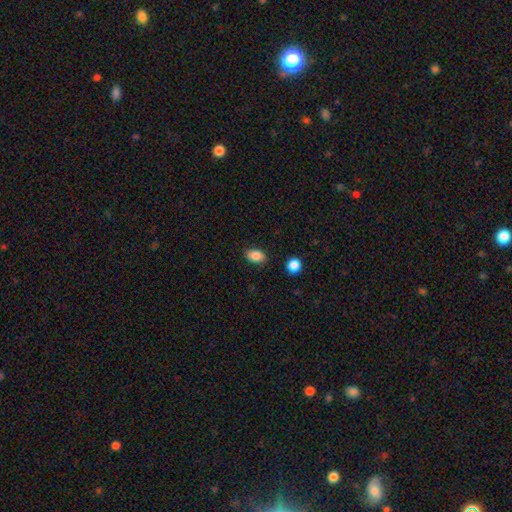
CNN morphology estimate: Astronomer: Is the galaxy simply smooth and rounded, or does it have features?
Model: smooth — 85%.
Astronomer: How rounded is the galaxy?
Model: in between — 86%.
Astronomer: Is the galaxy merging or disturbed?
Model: none — 85%.